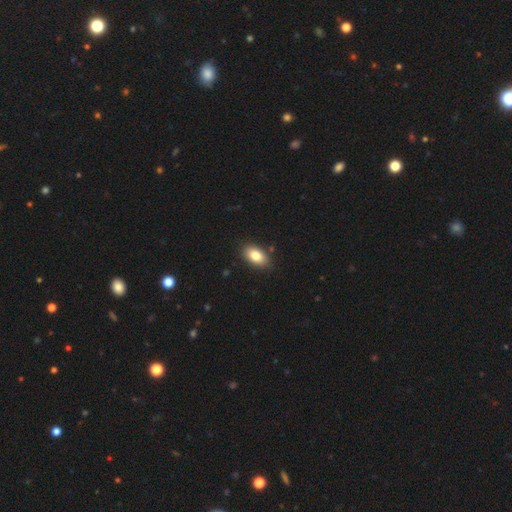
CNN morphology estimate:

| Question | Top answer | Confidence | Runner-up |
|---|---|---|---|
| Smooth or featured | smooth | 83% | featured or disk (10%) |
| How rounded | in between | 92% | round (6%) |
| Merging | none | 87% | minor disturbance (9%) |